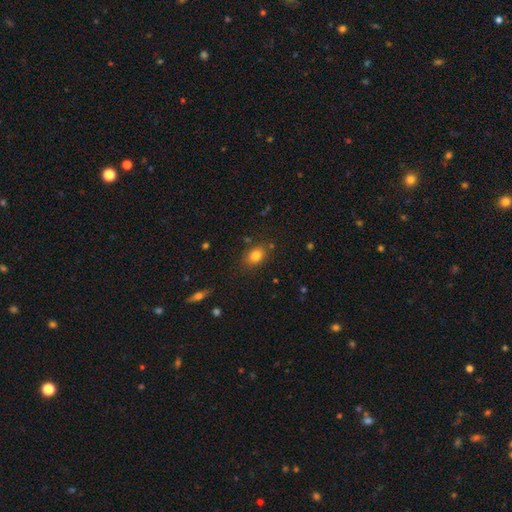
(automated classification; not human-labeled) A smooth galaxy with no disk features (81%) that is in between round and cigar-shaped (70%).

Vote fractions:
- Smooth or featured? smooth: 81% / star or artifact: 11% / featured or disk: 8%
- How rounded? in between: 70% / round: 29% / cigar-shaped: 1%
- Merging? none: 80% / minor disturbance: 13% / major disturbance: 4% / merger: 3%